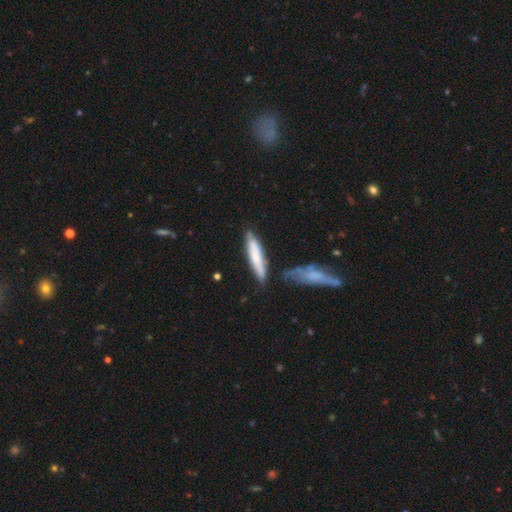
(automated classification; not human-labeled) Morphology: type=smooth (66%); roundness=cigar-shaped (84%); merging=none (67%).